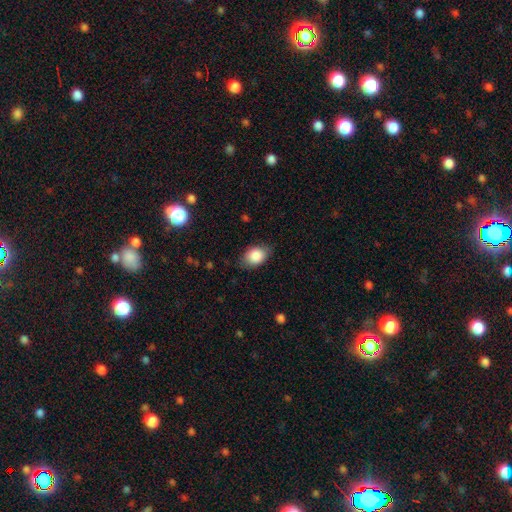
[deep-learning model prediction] smooth 86%, star or artifact 7%, featured or disk 7%. Down the decision tree: how rounded — in between (79%); merging — none (77%).